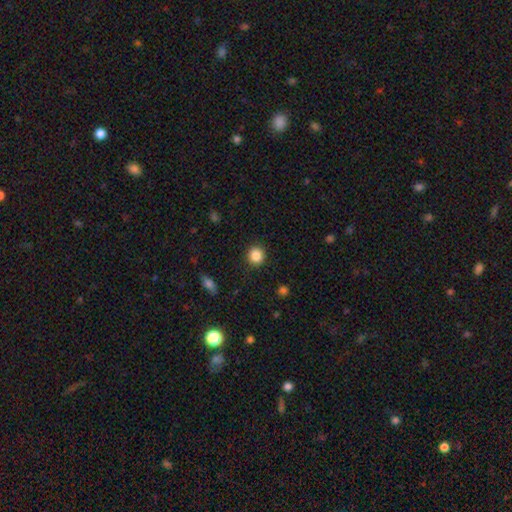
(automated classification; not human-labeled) Overall: smooth (86%). How rounded: round (90%). Merging: none (90%).